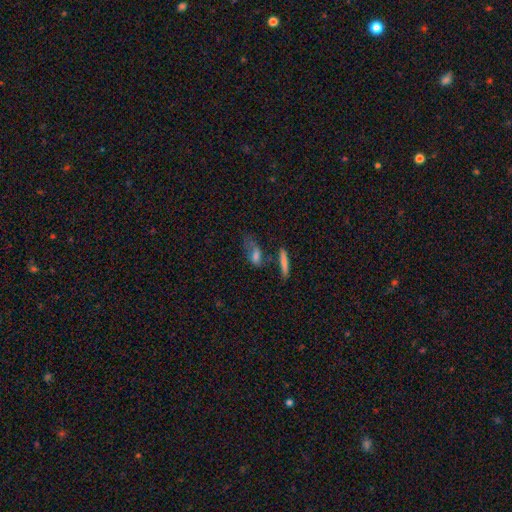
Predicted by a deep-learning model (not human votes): Smooth or featured? Predicted: smooth (p=0.64). How rounded? Predicted: in between (p=0.61). Merging? Predicted: none (p=0.41).